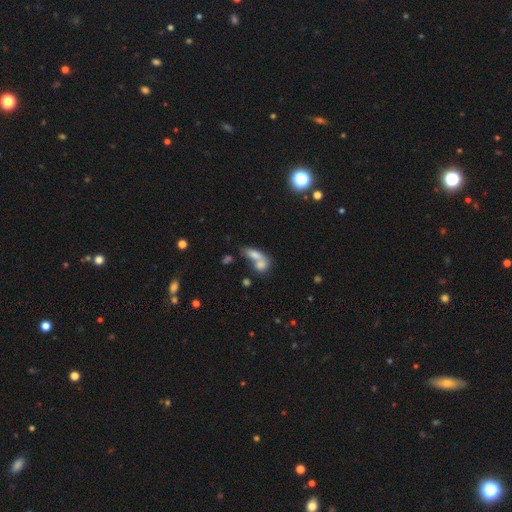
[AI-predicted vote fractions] A smooth galaxy with no disk features (74%) that is in between round and cigar-shaped (72%). Merging: merger (64%).